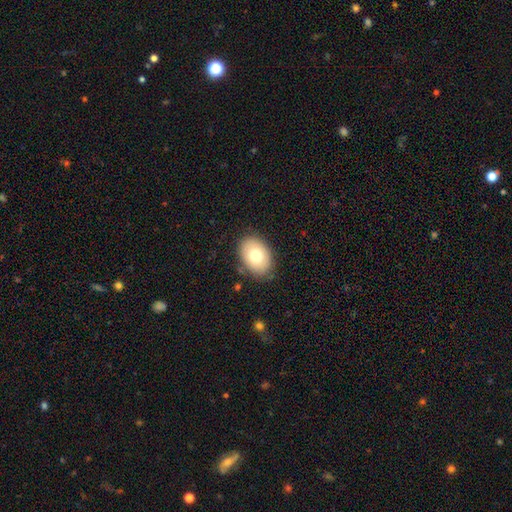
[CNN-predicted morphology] This appears to be a smooth galaxy with no disk features (73%) that is in between round and cigar-shaped (80%). Merging: none (84%).